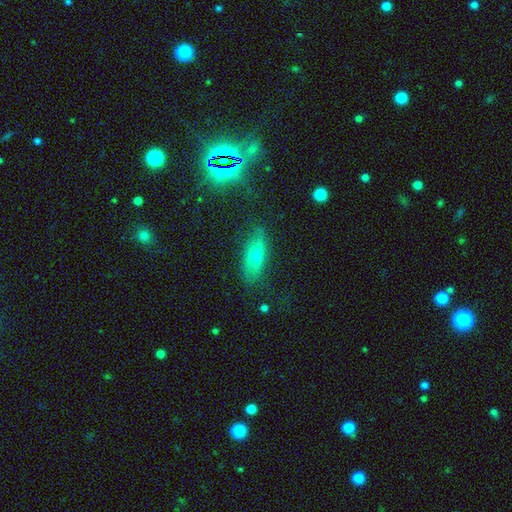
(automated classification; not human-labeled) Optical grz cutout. It shows a smooth galaxy with no disk features (53%) that is in between round and cigar-shaped (52%). Merging: none (76%).